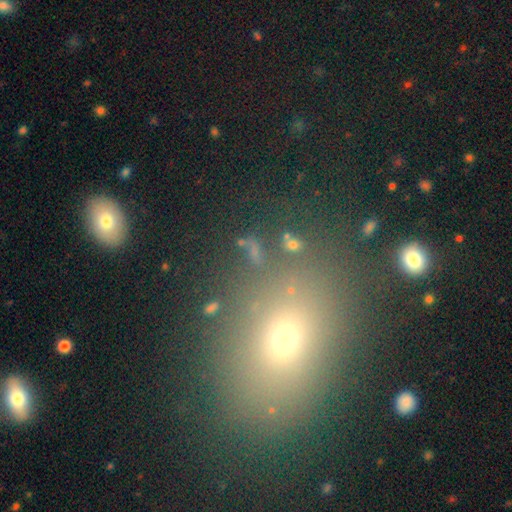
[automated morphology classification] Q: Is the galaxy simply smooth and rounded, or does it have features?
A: smooth — 58%.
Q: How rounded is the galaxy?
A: in between — 56%.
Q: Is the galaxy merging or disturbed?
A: none — 76%.